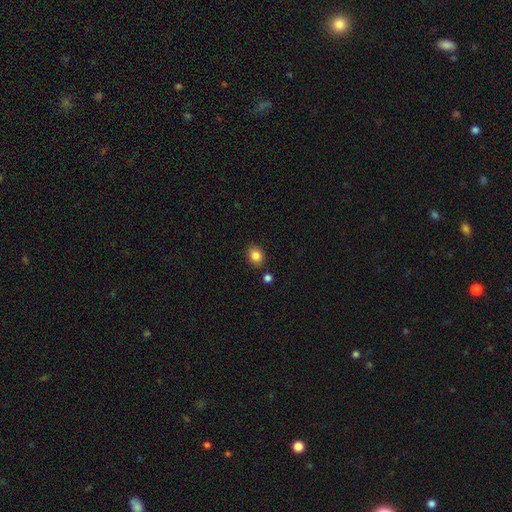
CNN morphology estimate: The model was most divided on "how rounded": round: 61%, in between: 38%, cigar-shaped: 1%. More confident: smooth or featured — smooth (85%); merging — none (85%).